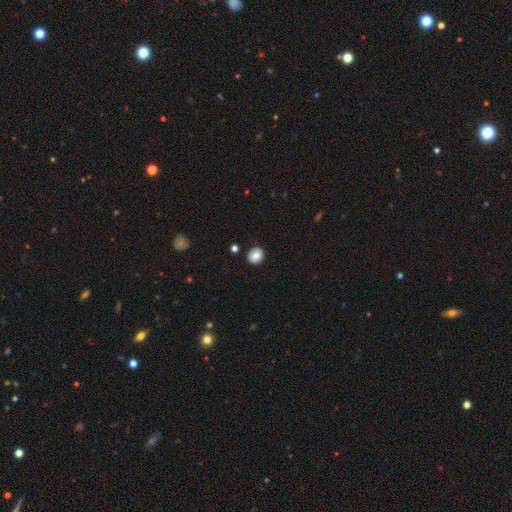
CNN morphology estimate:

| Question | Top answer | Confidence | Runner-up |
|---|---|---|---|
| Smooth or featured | smooth | 80% | featured or disk (12%) |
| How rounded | round | 86% | in between (13%) |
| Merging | none | 88% | minor disturbance (8%) |